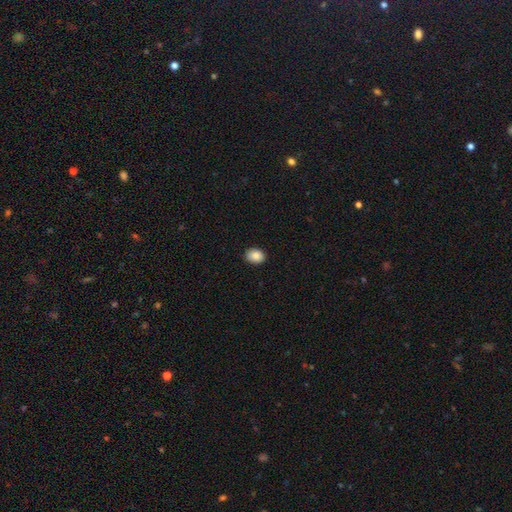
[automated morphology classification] This appears to be a smooth galaxy with no disk features (88%) that is in between round and cigar-shaped (67%). Merging: none (89%).